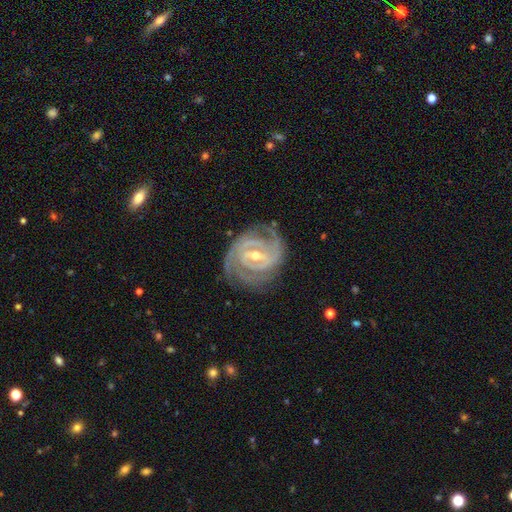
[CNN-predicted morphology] type=featured or disk (92%); edge-on=no (97%); bar=strong (46%); spiral arms=yes (98%); winding=tight (73%); arm count=2 (38%); bulge=moderate (50%); merging=none (75%).